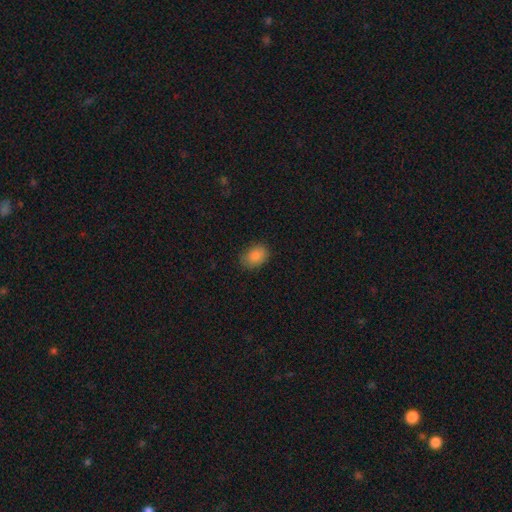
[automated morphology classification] Smooth or featured: smooth — 87% (star or artifact — 9%)
How rounded: in between — 78% (round — 21%)
Merging: none — 83% (minor disturbance — 13%)